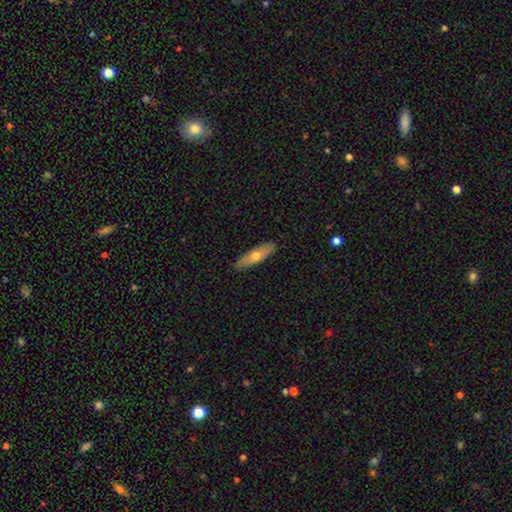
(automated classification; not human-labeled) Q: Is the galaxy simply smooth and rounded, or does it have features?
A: smooth — 59%.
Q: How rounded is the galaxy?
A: cigar-shaped — 59%.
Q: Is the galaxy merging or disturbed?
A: none — 87%.